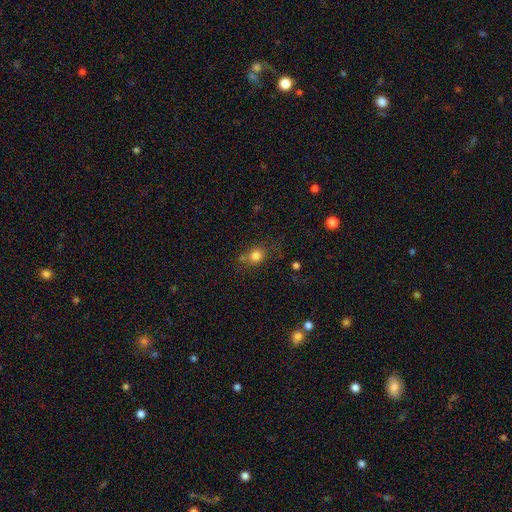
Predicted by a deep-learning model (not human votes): smooth 79%, star or artifact 12%, featured or disk 9%. Down the decision tree: how rounded — round (61%); merging — none (62%).